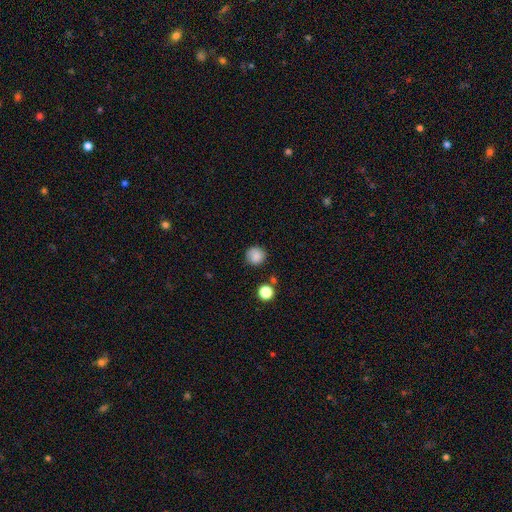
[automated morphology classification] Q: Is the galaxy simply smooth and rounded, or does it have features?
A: smooth — 83%.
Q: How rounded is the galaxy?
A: round — 93%.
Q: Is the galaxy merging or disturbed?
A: none — 80%.